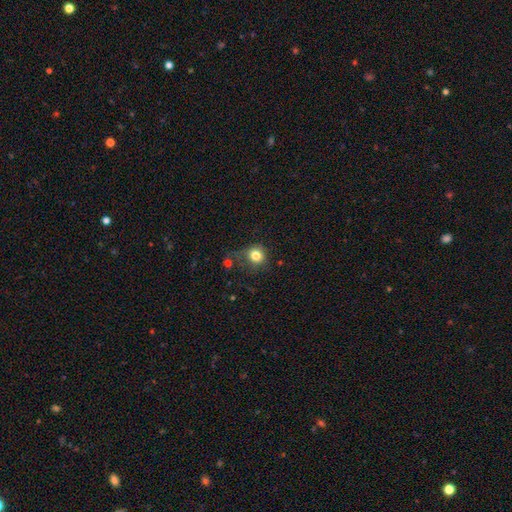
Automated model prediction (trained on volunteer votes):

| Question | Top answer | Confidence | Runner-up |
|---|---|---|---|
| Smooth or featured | smooth | 80% | star or artifact (12%) |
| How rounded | round | 87% | in between (12%) |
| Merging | none | 58% | minor disturbance (22%) |